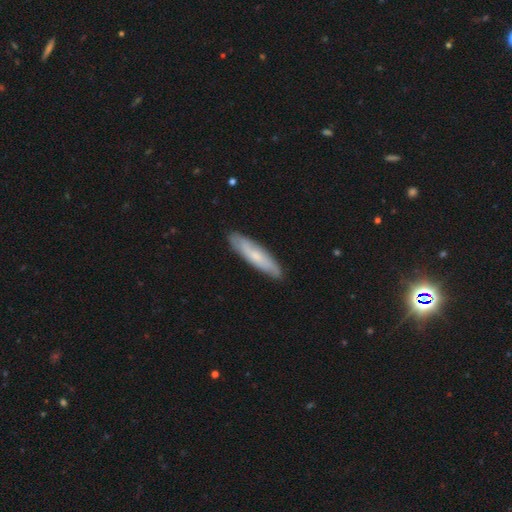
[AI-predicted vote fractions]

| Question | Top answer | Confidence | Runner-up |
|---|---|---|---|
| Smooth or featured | smooth | 53% | featured or disk (41%) |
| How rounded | cigar-shaped | 78% | in between (21%) |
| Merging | none | 86% | minor disturbance (11%) |